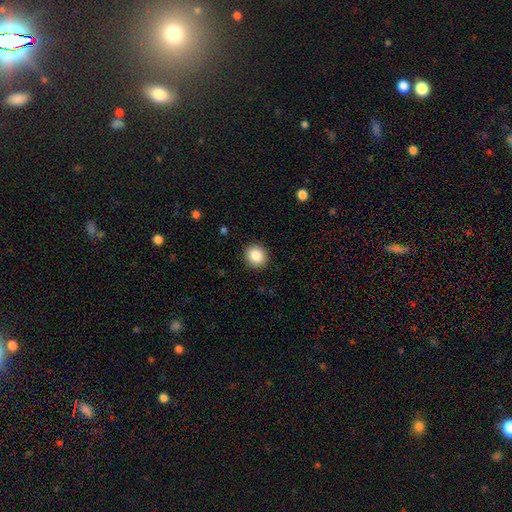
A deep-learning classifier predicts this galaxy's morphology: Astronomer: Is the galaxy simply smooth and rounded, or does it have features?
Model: smooth — 86%.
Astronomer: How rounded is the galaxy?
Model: round — 82%.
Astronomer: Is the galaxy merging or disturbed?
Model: none — 91%.